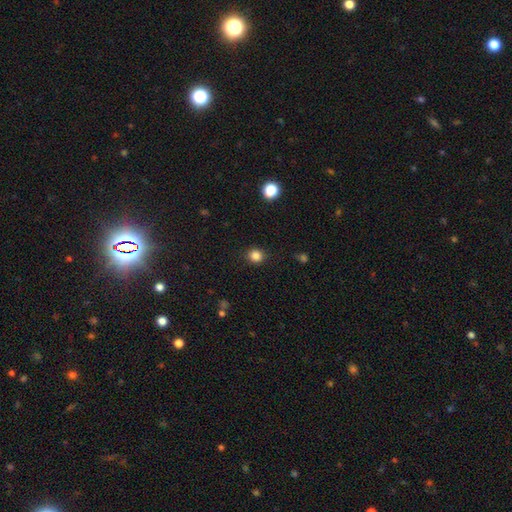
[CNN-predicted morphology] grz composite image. It shows a smooth galaxy with no disk features (84%) that is round (86%). Merging: none (88%).